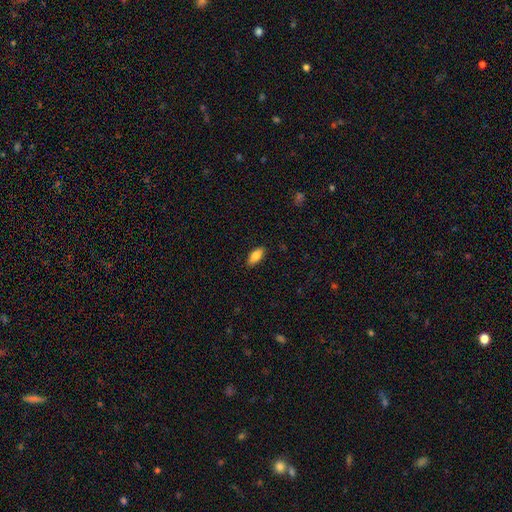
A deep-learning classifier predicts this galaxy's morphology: Smooth or featured? smooth (82%)
How rounded? in between (84%)
Merging? none (88%)